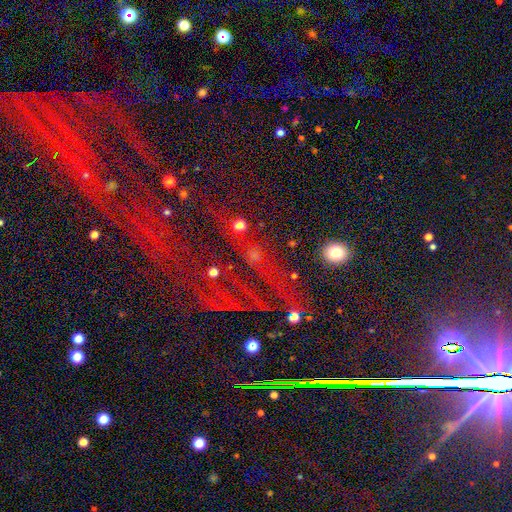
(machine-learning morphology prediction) type=star or artifact (84%).